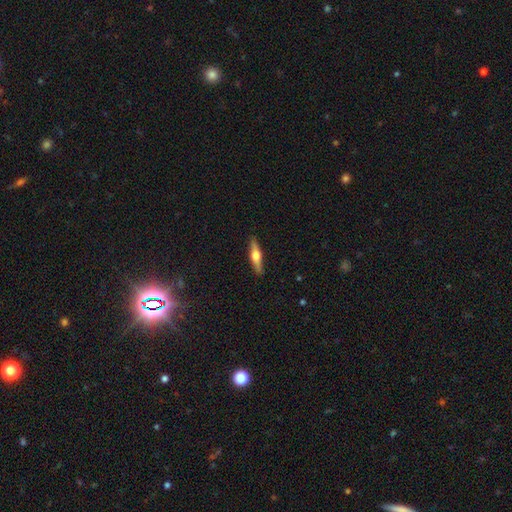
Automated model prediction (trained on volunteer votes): smooth_or_featured: featured or disk (p=0.59) [alt: smooth p=0.36]
disk_edge_on: yes (p=0.95) [alt: no p=0.05]
edge_on_bulge: rounded (p=0.94) [alt: boxy p=0.04]
merging: none (p=0.90) [alt: minor disturbance p=0.08]